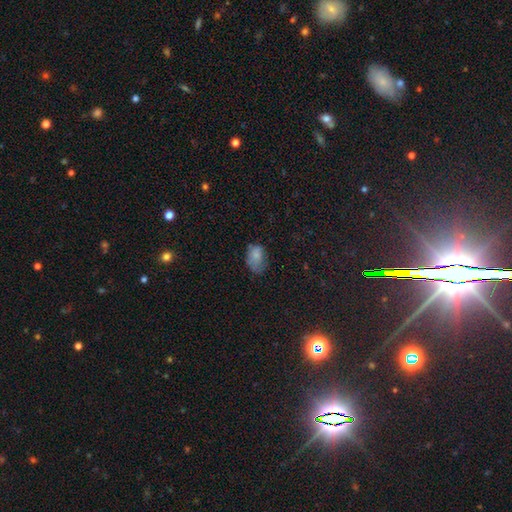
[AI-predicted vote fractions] A smooth galaxy with no disk features (78%) that is in between round and cigar-shaped (82%). Merging: none (43%).